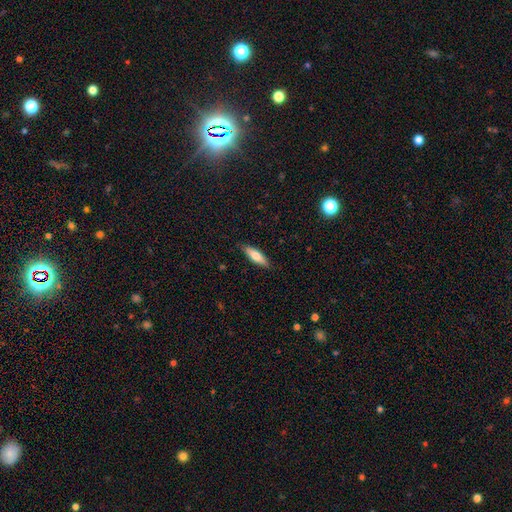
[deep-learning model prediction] smooth_or_featured: smooth (p=0.69) [alt: featured or disk p=0.24]
how_rounded: cigar-shaped (p=0.51) [alt: in between p=0.47]
merging: none (p=0.87) [alt: minor disturbance p=0.10]